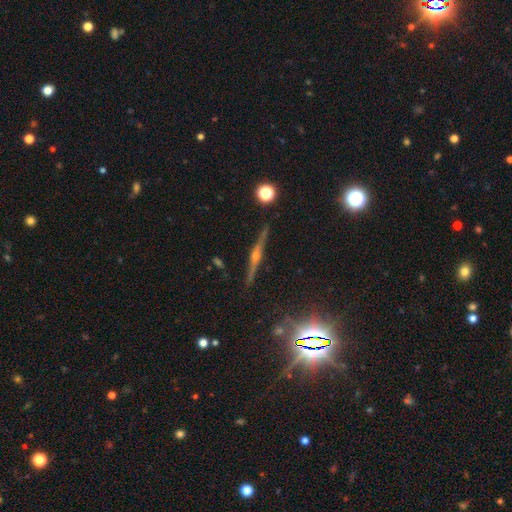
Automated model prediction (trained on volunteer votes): Smooth or featured? featured or disk (77%)
Edge-on disk? yes (98%)
Edge-on bulge? rounded (89%)
Merging? none (90%)